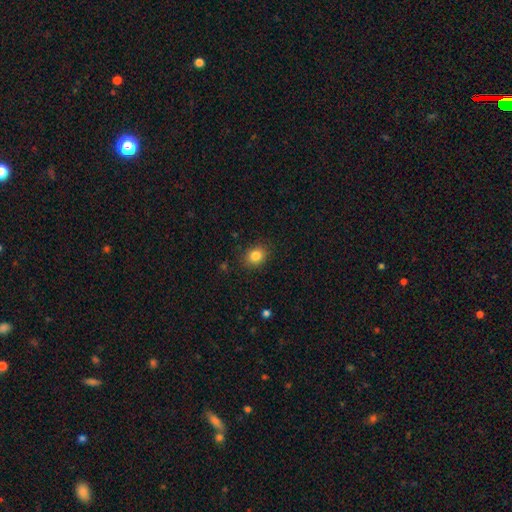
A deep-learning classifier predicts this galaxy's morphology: Q: Smooth or featured?
A: smooth (84%); runner-up: star or artifact (10%)
Q: How rounded?
A: round (50%); runner-up: in between (49%)
Q: Merging?
A: none (87%); runner-up: minor disturbance (9%)